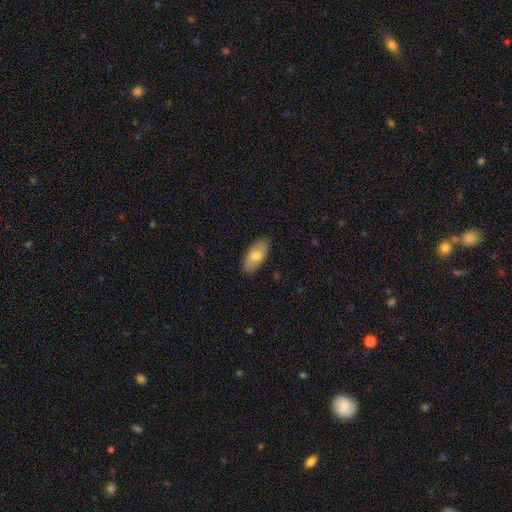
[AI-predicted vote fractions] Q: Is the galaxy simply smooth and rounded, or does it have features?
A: smooth — 74%.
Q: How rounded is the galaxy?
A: in between — 92%.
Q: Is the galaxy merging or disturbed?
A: none — 87%.